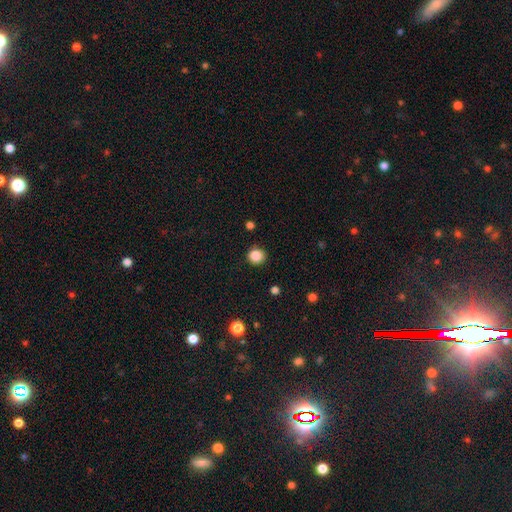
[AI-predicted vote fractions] Smooth or featured? smooth (86%)
How rounded? round (89%)
Merging? none (89%)